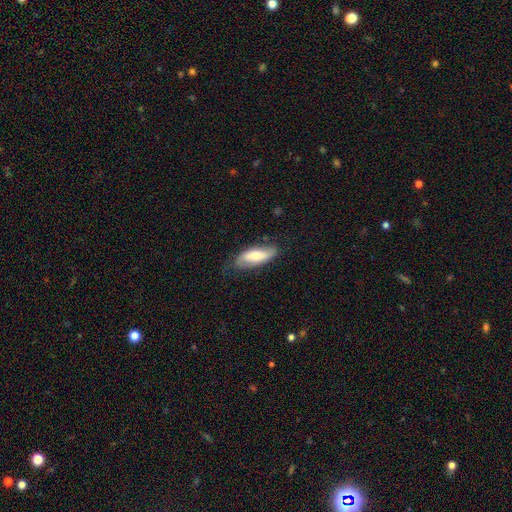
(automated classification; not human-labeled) This is likely a smooth galaxy (61%). How rounded: likely in between (72%). Merging: likely none (64%).